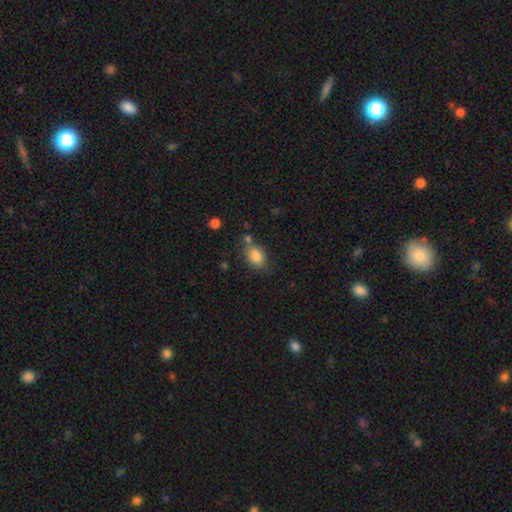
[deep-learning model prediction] Morphology: type=smooth (85%); roundness=in between (80%); merging=none (68%).